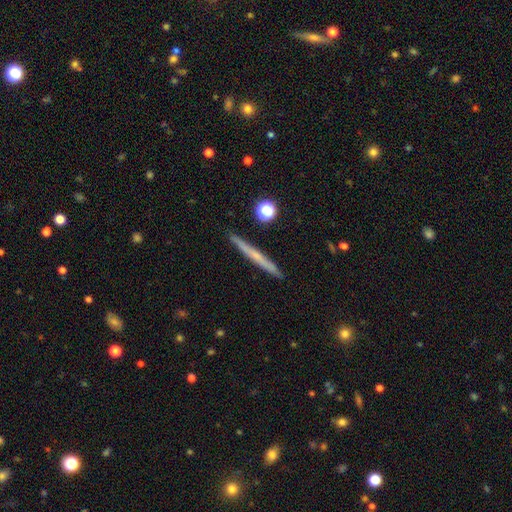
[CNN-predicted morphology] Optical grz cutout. It shows a featured or disk galaxy (51%) viewed edge-on (97%). Merging: none (91%).